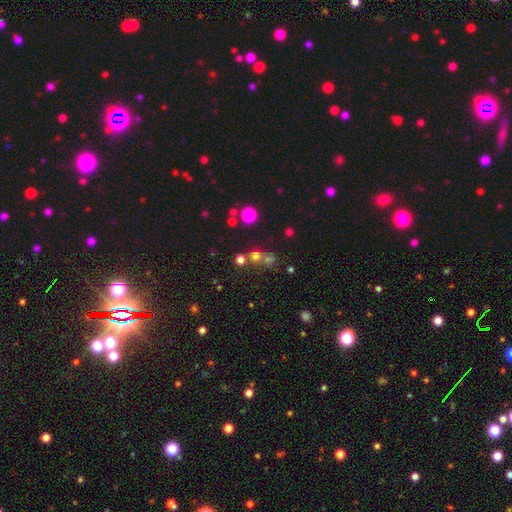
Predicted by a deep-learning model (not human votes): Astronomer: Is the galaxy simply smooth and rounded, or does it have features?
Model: smooth — 59%.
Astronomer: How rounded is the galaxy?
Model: round — 85%.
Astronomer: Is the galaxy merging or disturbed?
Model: none — 55% (runner-up: merger, 32%).